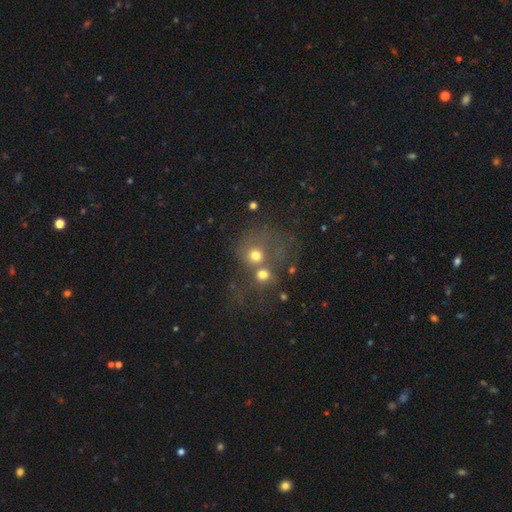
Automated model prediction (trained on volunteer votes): Q: Smooth or featured?
A: smooth (64%); runner-up: star or artifact (18%)
Q: How rounded?
A: round (79%); runner-up: in between (20%)
Q: Merging?
A: merger (52%); runner-up: none (31%)